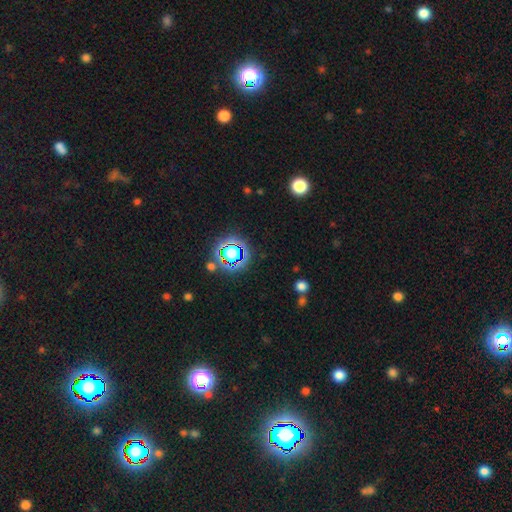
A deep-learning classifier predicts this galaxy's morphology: smooth-or-featured: star or artifact: 75% | smooth: 16% | featured or disk: 9%